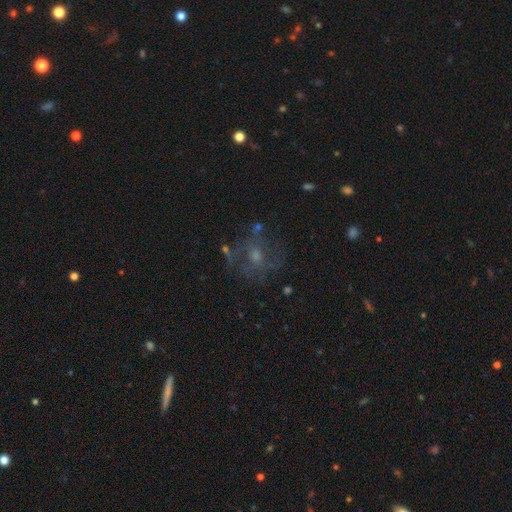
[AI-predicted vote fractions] A featured or disk galaxy (52%) with no bar (74%), no spiral arms (53%) and a moderate central bulge (48%). Merging: none (63%).